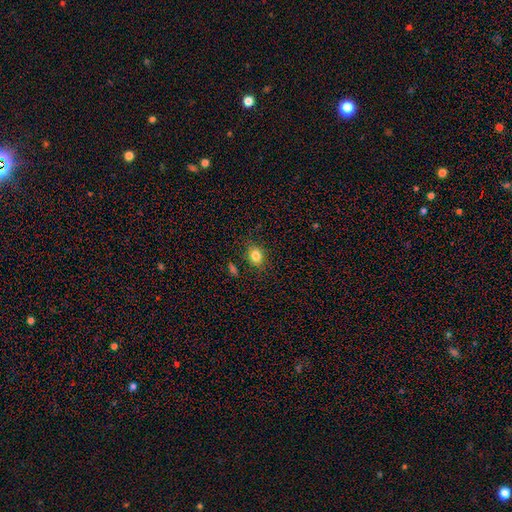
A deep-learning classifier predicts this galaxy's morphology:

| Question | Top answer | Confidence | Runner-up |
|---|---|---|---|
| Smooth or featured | smooth | 82% | star or artifact (11%) |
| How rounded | round | 57% | in between (42%) |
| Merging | none | 84% | minor disturbance (11%) |